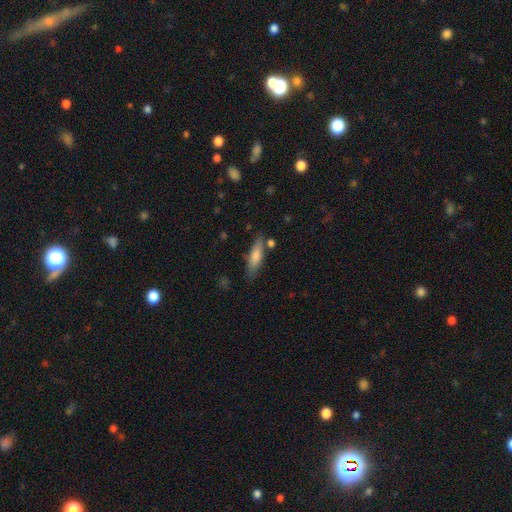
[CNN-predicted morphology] Q: Smooth or featured?
A: smooth (74%); runner-up: featured or disk (19%)
Q: How rounded?
A: cigar-shaped (60%); runner-up: in between (38%)
Q: Merging?
A: none (74%); runner-up: minor disturbance (16%)